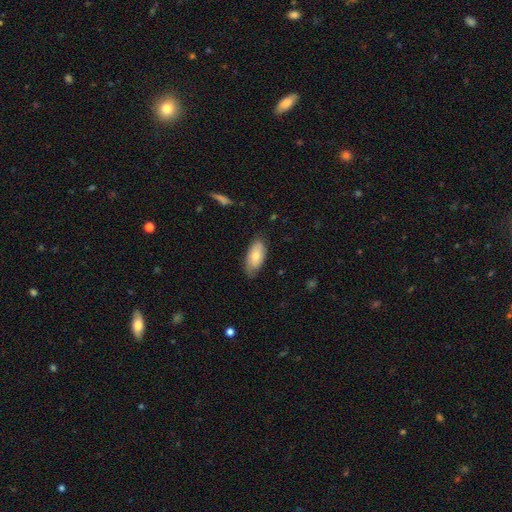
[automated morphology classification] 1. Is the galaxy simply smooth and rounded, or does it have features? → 74% smooth, 20% featured or disk, 6% star or artifact.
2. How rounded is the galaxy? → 91% in between, 7% cigar-shaped, 2% round.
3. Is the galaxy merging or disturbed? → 72% none, 23% minor disturbance, 4% major disturbance, 1% merger.